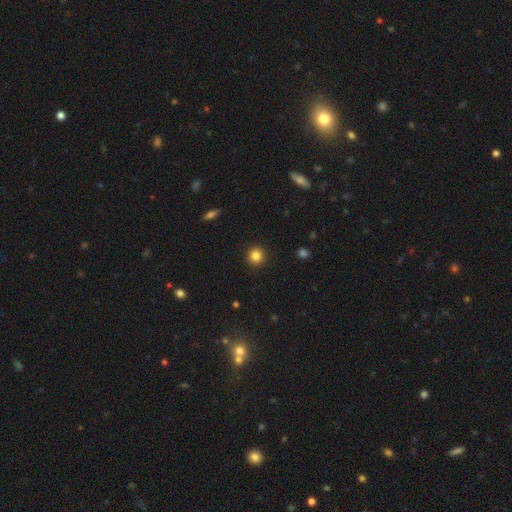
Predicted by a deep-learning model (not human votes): This is clearly a smooth galaxy (83%). How rounded: clearly round (94%). Merging: clearly none (92%).